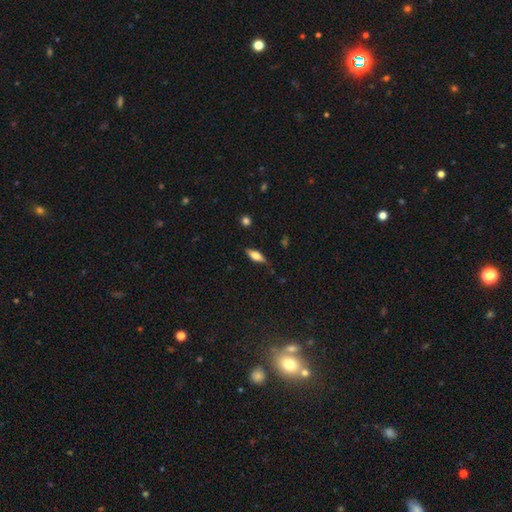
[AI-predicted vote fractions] This is likely a smooth galaxy (60%). How rounded: likely in between (65%). Merging: likely none (79%).